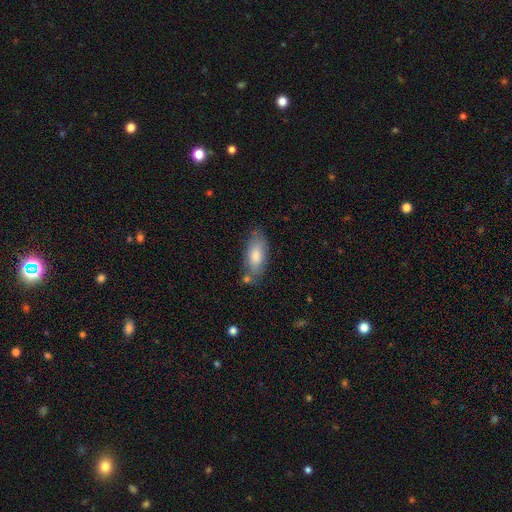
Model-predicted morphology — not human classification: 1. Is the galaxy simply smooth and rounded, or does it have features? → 78% smooth, 16% featured or disk, 6% star or artifact.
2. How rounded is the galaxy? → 85% in between, 13% cigar-shaped, 2% round.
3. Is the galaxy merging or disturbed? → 70% none, 19% minor disturbance, 7% merger, 4% major disturbance.